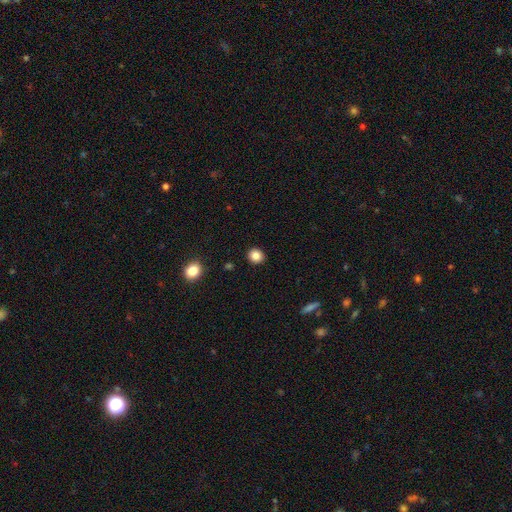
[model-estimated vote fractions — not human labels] smooth 86%, star or artifact 11%, featured or disk 4%. Down the decision tree: how rounded — round (85%); merging — none (92%).